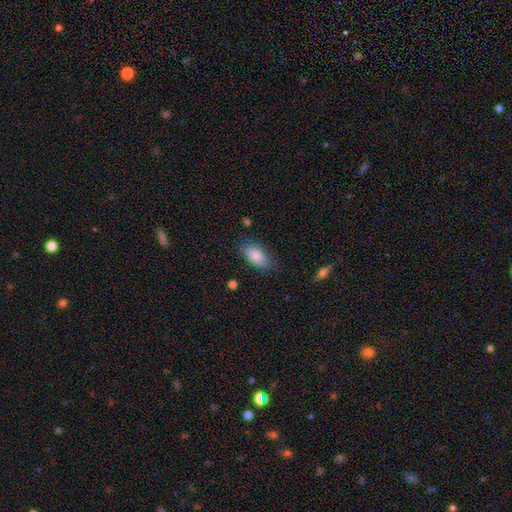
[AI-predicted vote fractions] smooth_or_featured: smooth (p=0.84) [alt: featured or disk p=0.09]
how_rounded: in between (p=0.91) [alt: cigar-shaped p=0.06]
merging: none (p=0.75) [alt: minor disturbance p=0.19]